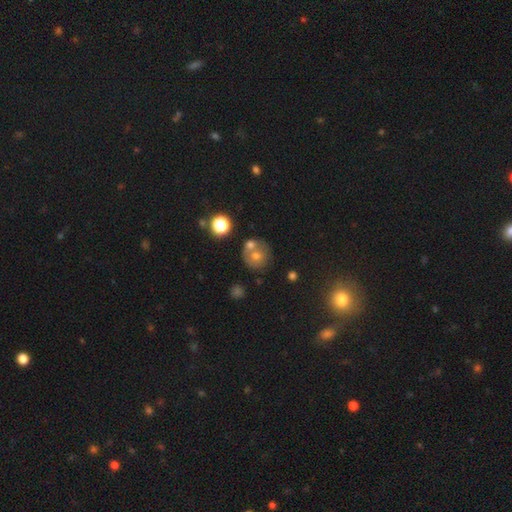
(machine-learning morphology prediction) The model was most divided on "merging": none: 47%, merger: 38%, minor disturbance: 10%, major disturbance: 5%. More confident: how rounded — round (85%); smooth or featured — smooth (59%).